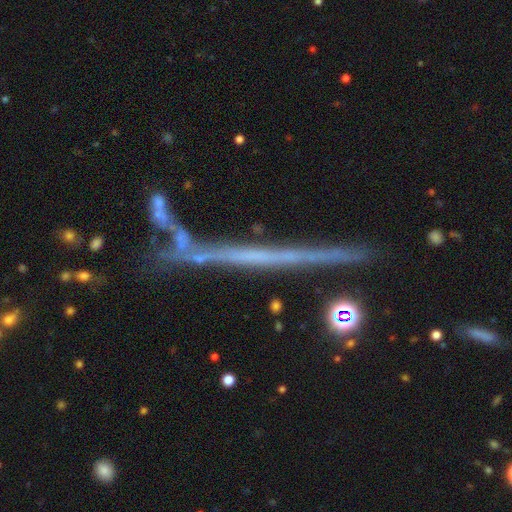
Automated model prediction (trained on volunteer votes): featured or disk 63%, smooth 21%, star or artifact 16%. Down the decision tree: edge-on disk — yes (94%); edge-on bulge — none (86%); merging — none (76%).